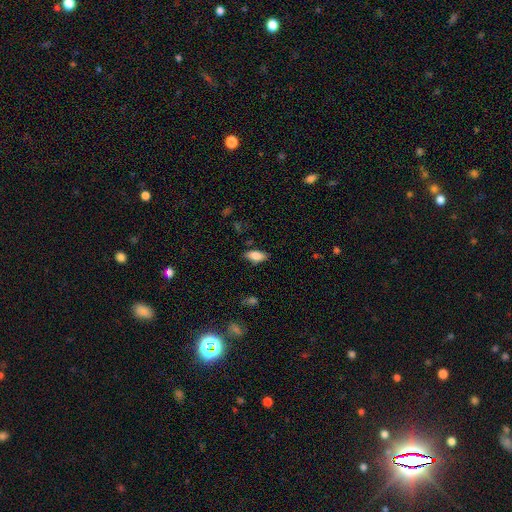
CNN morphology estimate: type=smooth (82%); roundness=in between (88%); merging=none (81%).